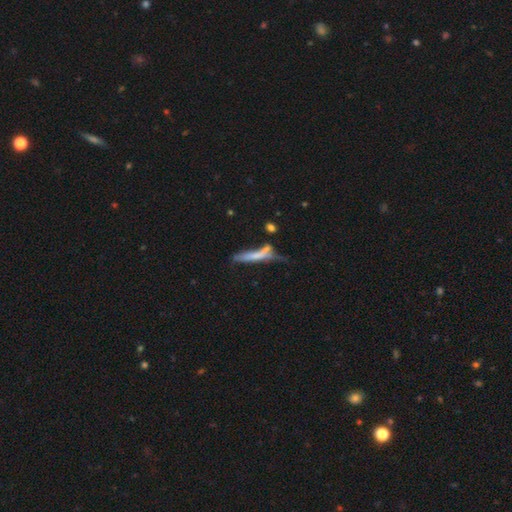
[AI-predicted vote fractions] This is possibly a smooth galaxy (57%). How rounded: clearly cigar-shaped (89%). Merging: marginally none (38%).